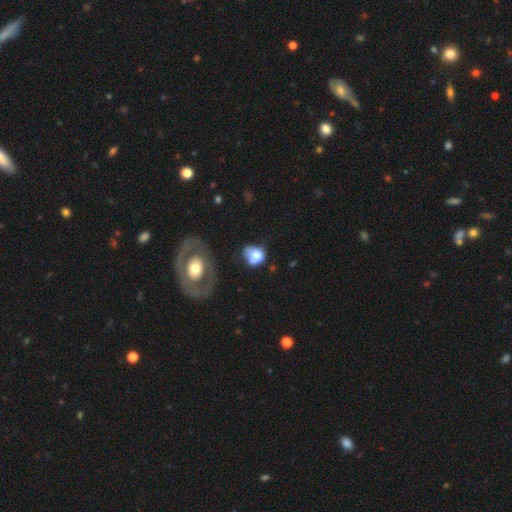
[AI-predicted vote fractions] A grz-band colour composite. It shows a smooth galaxy with no disk features (71%) that is round (63%). Merging: none (37%).